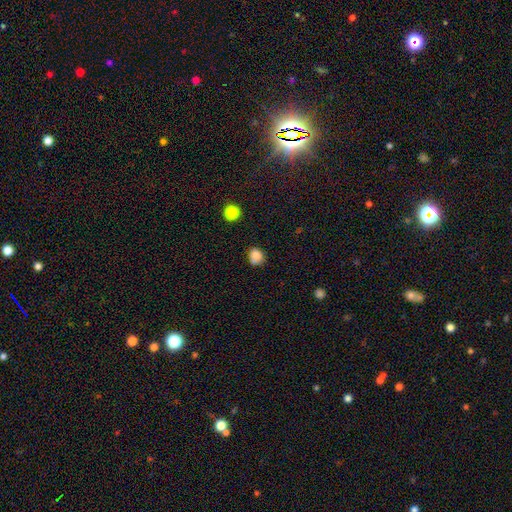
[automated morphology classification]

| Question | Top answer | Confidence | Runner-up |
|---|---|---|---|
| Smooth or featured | smooth | 83% | star or artifact (11%) |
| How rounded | round | 67% | in between (32%) |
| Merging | none | 65% | minor disturbance (25%) |